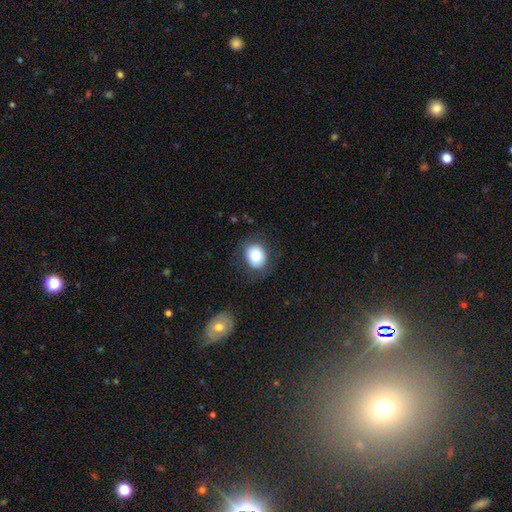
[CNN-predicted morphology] Q: Smooth or featured?
A: smooth (83%); runner-up: featured or disk (9%)
Q: How rounded?
A: round (51%); runner-up: in between (49%)
Q: Merging?
A: none (77%); runner-up: minor disturbance (15%)